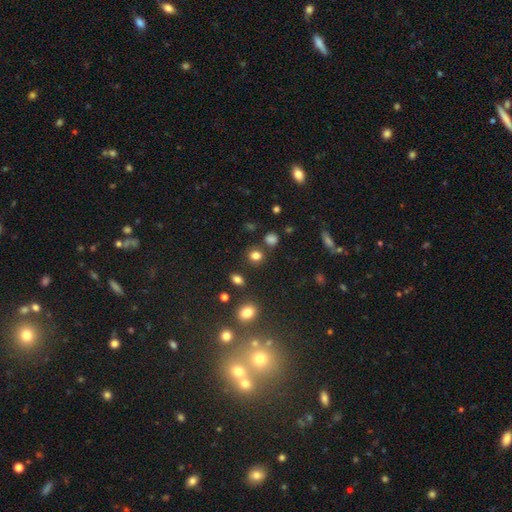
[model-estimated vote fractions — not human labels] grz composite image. It shows a smooth galaxy with no disk features (80%) that is round (73%). Merging: none (82%).